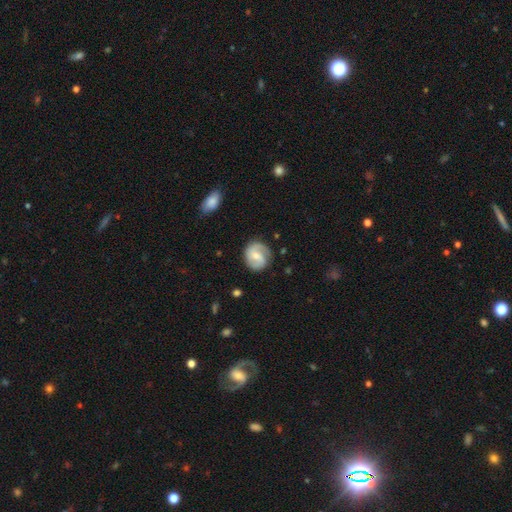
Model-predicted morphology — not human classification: Smooth or featured?
  - featured or disk: 70% *
  - smooth: 25%
  - star or artifact: 6%
Edge-on disk?
  - no: 98% *
  - yes: 2%
Bar?
  - weak: 47% *
  - no: 40%
  - strong: 13%
Spiral arms?
  - yes: 92% *
  - no: 8%
Spiral winding?
  - medium: 44% *
  - tight: 33%
  - loose: 23%
Spiral arm count?
  - 2: 69% *
  - 1: 18%
  - can't tell: 9%
  - 3: 2%
  - 4: 1%
  - more than 4: 1%
Bulge size?
  - small: 51% *
  - moderate: 42%
  - none: 4%
  - large: 2%
  - dominant: 1%
Merging?
  - none: 73% *
  - minor disturbance: 18%
  - major disturbance: 7%
  - merger: 2%